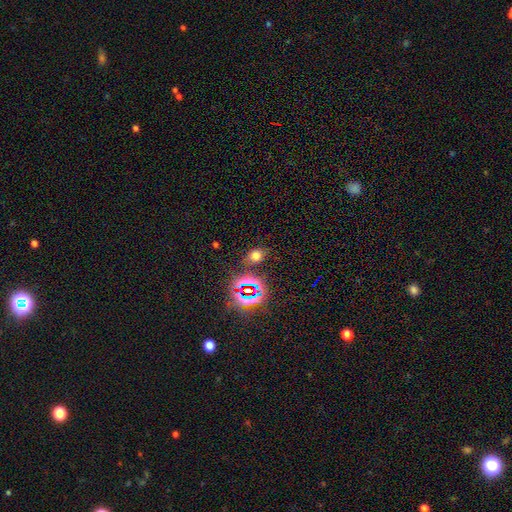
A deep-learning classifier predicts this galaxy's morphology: Overall: smooth (59%; star or artifact 34%). How rounded: in between (53%; round 46%). Merging: none (78%).